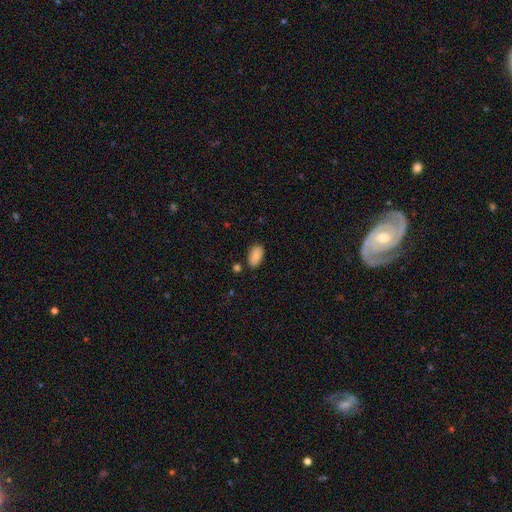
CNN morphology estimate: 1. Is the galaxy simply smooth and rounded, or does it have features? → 88% smooth, 7% star or artifact, 5% featured or disk.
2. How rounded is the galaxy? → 93% in between, 4% cigar-shaped, 3% round.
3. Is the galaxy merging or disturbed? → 82% none, 12% minor disturbance, 4% merger, 3% major disturbance.